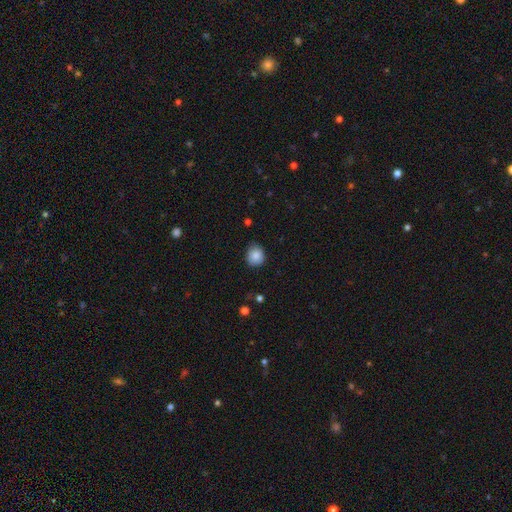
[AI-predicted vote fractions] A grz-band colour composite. It shows a smooth galaxy with no disk features (85%) that is round (72%). Merging: none (77%).